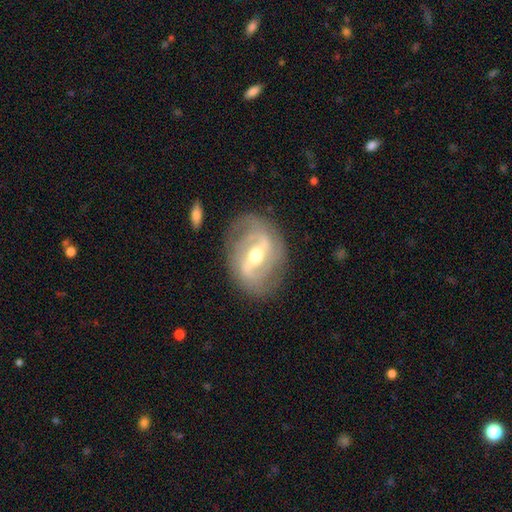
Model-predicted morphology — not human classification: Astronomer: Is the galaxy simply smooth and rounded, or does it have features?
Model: featured or disk — 85%.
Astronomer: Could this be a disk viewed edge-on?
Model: no — 95%.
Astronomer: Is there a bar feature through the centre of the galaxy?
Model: strong — 59%.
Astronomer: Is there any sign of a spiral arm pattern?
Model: yes — 86%.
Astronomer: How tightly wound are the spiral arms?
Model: medium — 43% (runner-up: tight, 34%).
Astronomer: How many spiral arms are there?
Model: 2 — 71%.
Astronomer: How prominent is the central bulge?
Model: moderate — 69%.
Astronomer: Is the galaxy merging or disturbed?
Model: none — 78%.